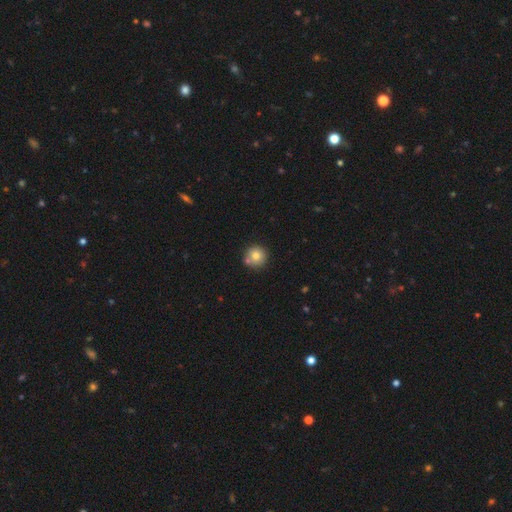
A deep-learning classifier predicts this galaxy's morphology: smooth_or_featured: smooth (p=0.78) [alt: star or artifact p=0.11]
how_rounded: round (p=0.94) [alt: in between p=0.05]
merging: none (p=0.73) [alt: merger p=0.15]